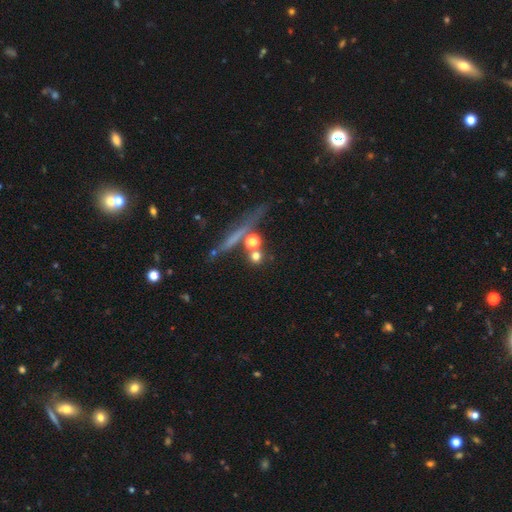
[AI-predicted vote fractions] The model was most divided on "smooth or featured": smooth: 62%, star or artifact: 19%, featured or disk: 18%. More confident: how rounded — round (84%); merging — none (69%).